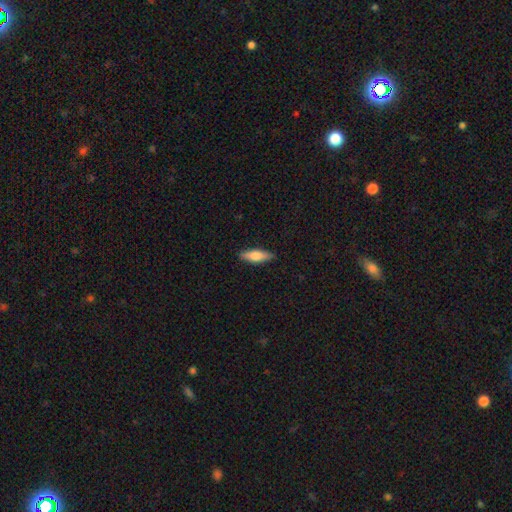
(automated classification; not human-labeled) The model was most divided on "how rounded" (2-way tie): in between: 49%, cigar-shaped: 49%, round: 2%. More confident: merging — none (88%); smooth or featured — smooth (72%).